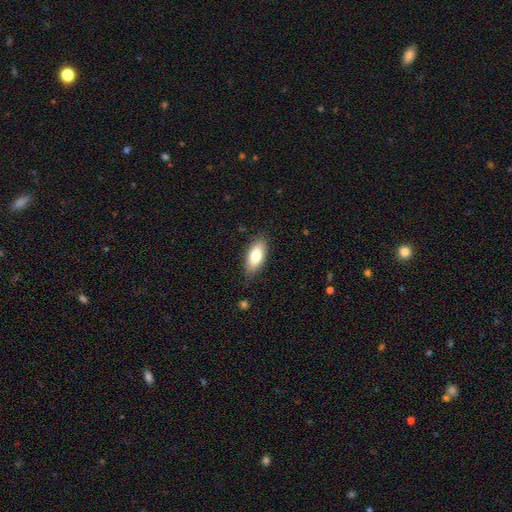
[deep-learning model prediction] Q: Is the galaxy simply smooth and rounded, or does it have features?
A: smooth — 76%.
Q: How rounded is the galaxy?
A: in between — 84%.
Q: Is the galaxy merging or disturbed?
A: none — 82%.